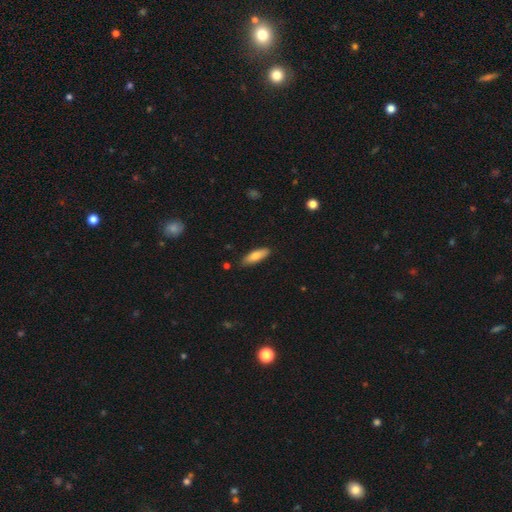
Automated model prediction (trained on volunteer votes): smooth 78%, featured or disk 16%, star or artifact 6%. Down the decision tree: how rounded — cigar-shaped (49%, tied with in between); merging — none (85%).